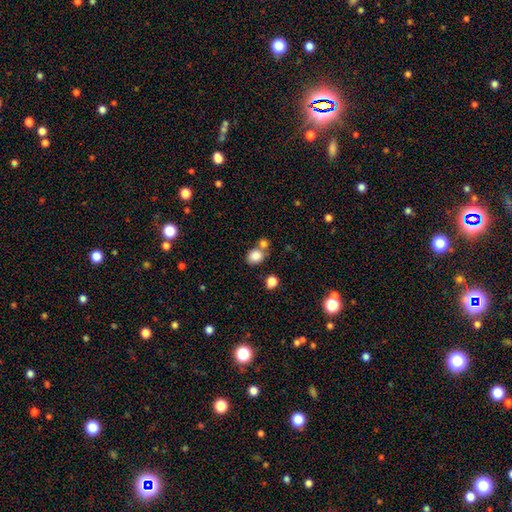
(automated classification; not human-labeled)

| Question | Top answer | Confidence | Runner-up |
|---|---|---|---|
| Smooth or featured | smooth | 84% | star or artifact (10%) |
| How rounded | round | 58% | in between (41%) |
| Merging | none | 56% | merger (29%) |